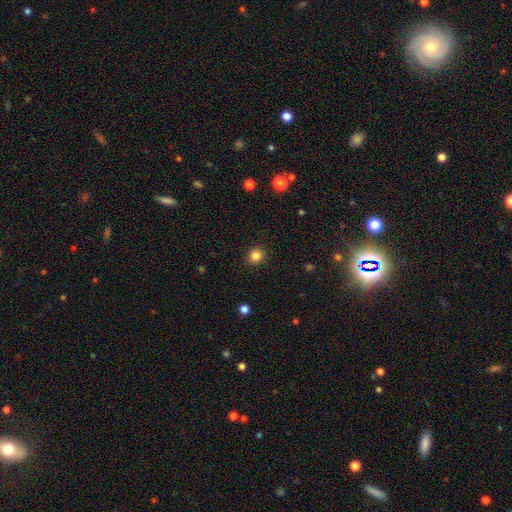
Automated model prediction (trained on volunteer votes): Morphology: type=smooth (85%); roundness=round (85%); merging=none (91%).